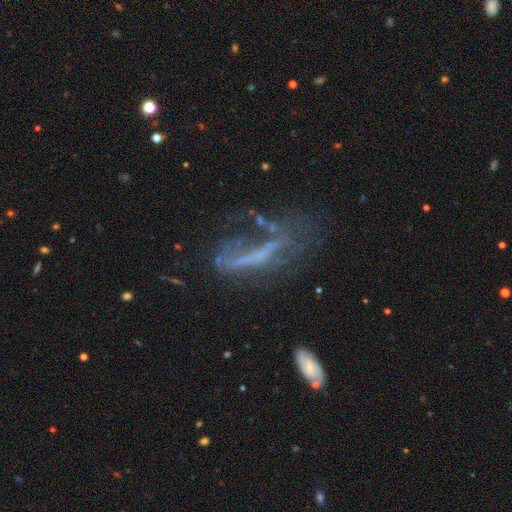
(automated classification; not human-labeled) Overall: featured or disk (55%; smooth 25%). Edge-on disk: no (72%). Merging: major disturbance (43%; none 31%).